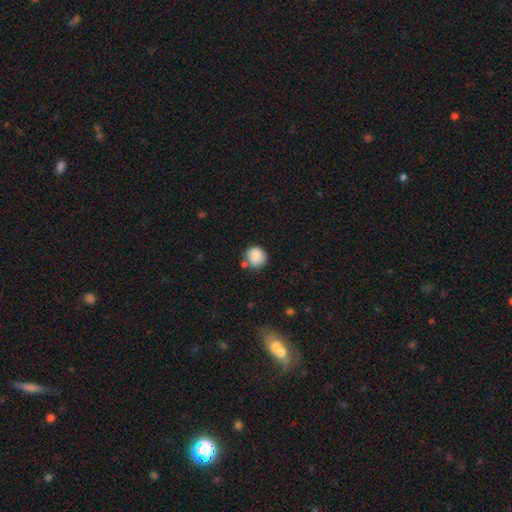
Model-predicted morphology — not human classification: This appears to be a smooth galaxy with no disk features (86%) that is round (89%). Merging: none (70%).